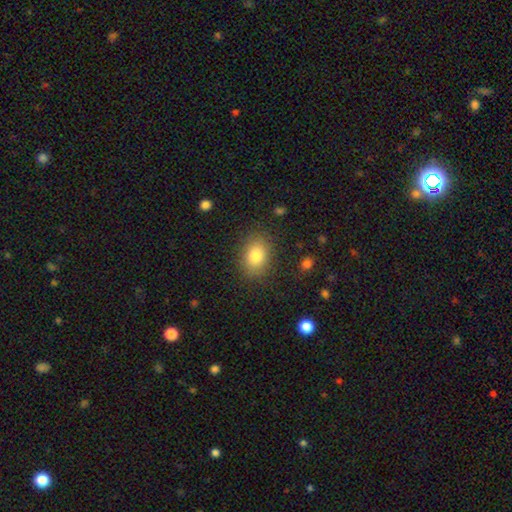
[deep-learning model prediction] Smooth or featured? Predicted: smooth (p=0.82). How rounded? Predicted: in between (p=0.73). Merging? Predicted: none (p=0.84).